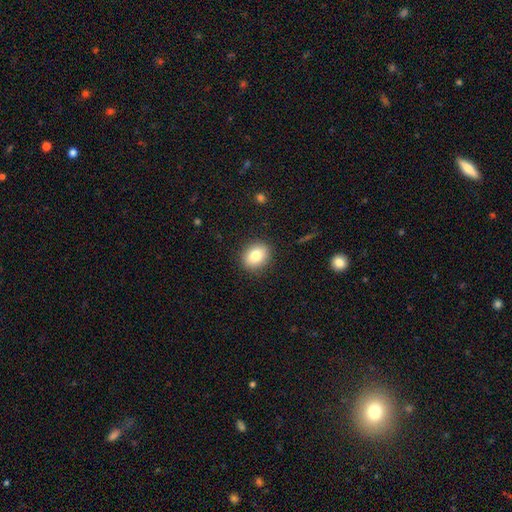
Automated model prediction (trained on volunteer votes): Smooth or featured? smooth (81%)
How rounded? round (53%)
Merging? none (89%)